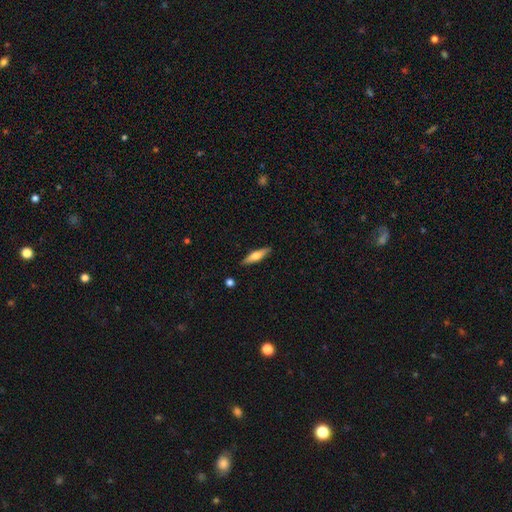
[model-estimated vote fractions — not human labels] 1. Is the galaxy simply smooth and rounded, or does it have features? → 52% smooth, 42% featured or disk, 6% star or artifact.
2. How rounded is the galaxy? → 70% cigar-shaped, 28% in between, 2% round.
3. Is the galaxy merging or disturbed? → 89% none, 8% minor disturbance, 2% major disturbance, 2% merger.